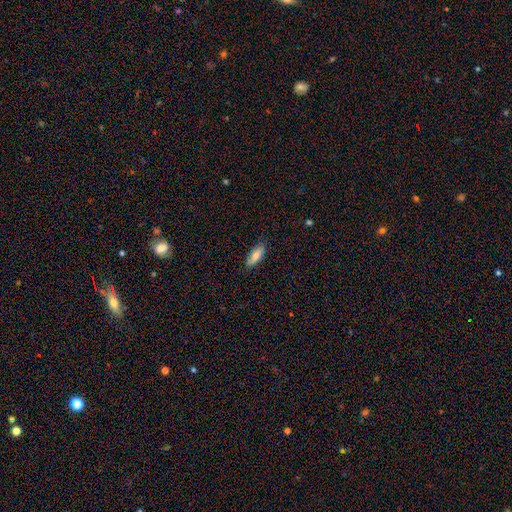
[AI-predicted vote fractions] This appears to be a smooth galaxy with no disk features (76%) that is in between round and cigar-shaped (68%). Merging: none (82%).